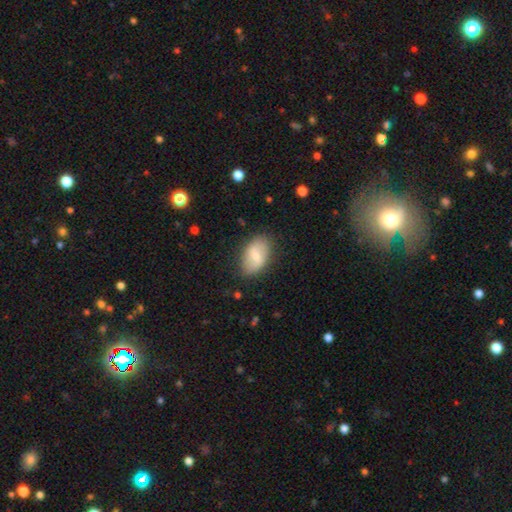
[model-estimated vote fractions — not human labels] Q: Smooth or featured?
A: smooth (62%); runner-up: featured or disk (32%)
Q: How rounded?
A: in between (90%); runner-up: round (8%)
Q: Merging?
A: none (81%); runner-up: minor disturbance (14%)